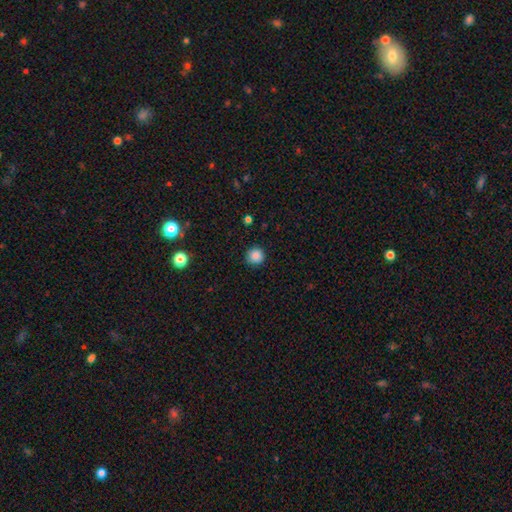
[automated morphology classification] Overall: smooth (86%). How rounded: round (95%). Merging: none (90%).